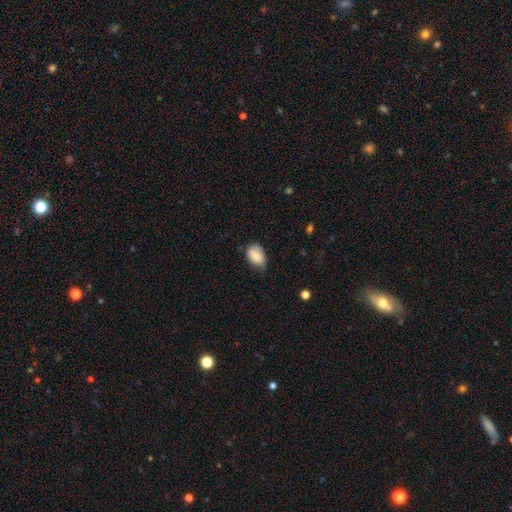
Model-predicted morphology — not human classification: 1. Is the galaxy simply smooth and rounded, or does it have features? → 82% smooth, 11% featured or disk, 7% star or artifact.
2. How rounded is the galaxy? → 87% in between, 12% round, 1% cigar-shaped.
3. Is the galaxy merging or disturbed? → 60% none, 33% minor disturbance, 6% major disturbance, 1% merger.